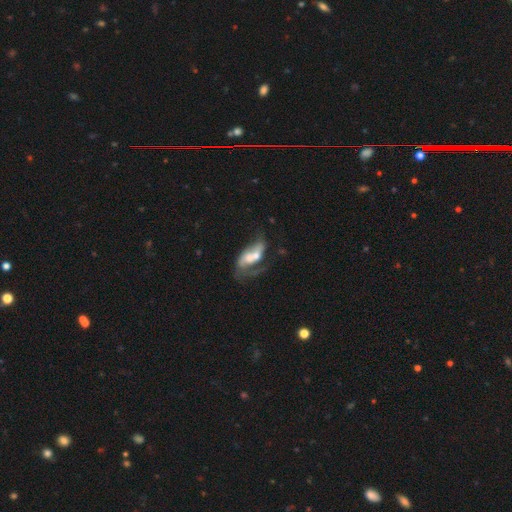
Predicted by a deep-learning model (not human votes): Smooth or featured?
  - featured or disk: 62% *
  - smooth: 29%
  - star or artifact: 9%
Edge-on disk?
  - no: 92% *
  - yes: 8%
Bar?
  - no: 64% *
  - weak: 25%
  - strong: 11%
Spiral arms?
  - yes: 59% *
  - no: 41%
Bulge size?
  - moderate: 47% *
  - small: 28%
  - large: 12%
  - none: 11%
  - dominant: 2%
Merging?
  - merger: 43% *
  - major disturbance: 27%
  - none: 19%
  - minor disturbance: 11%